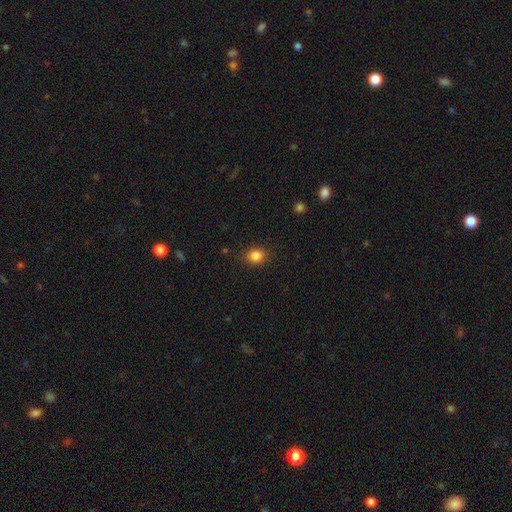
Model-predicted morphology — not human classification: Smooth or featured: smooth — 85% (star or artifact — 11%)
How rounded: round — 65% (in between — 34%)
Merging: none — 88% (minor disturbance — 9%)